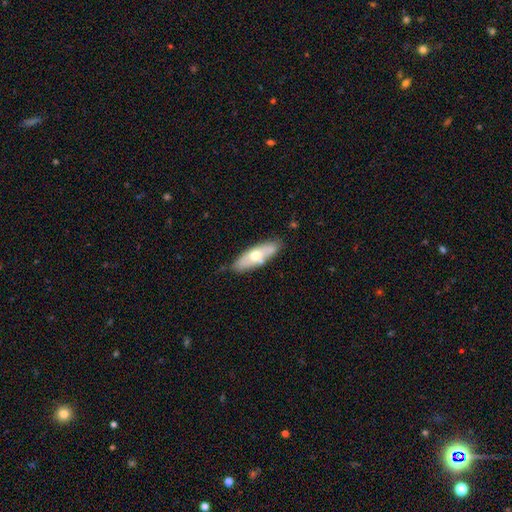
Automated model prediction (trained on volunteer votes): Smooth or featured: smooth — 53% (featured or disk — 41%)
How rounded: in between — 63% (cigar-shaped — 35%)
Merging: none — 77% (minor disturbance — 14%)